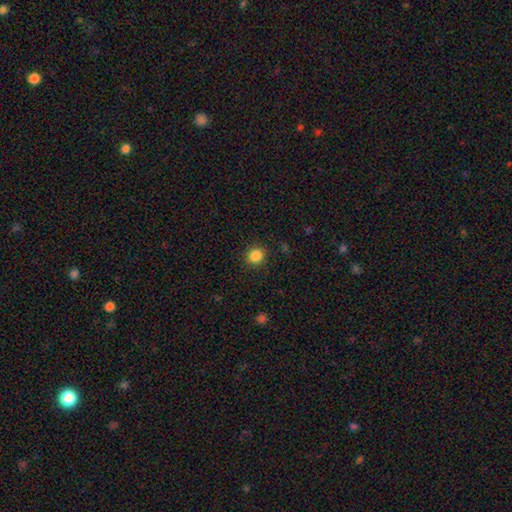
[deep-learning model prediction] smooth 85%, star or artifact 11%, featured or disk 4%. Down the decision tree: how rounded — round (88%); merging — none (89%).